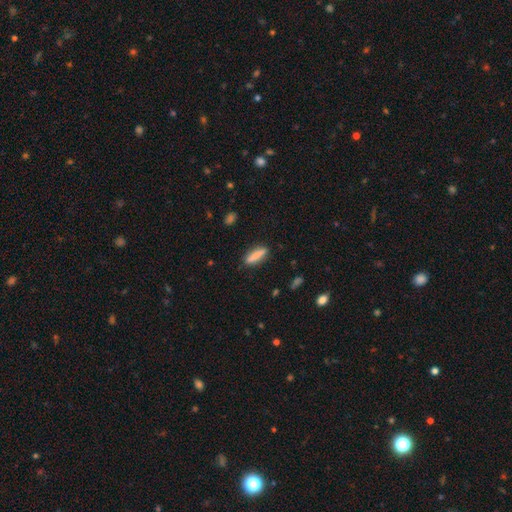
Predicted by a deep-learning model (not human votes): The model was most divided on "how rounded": cigar-shaped: 68%, in between: 30%, round: 2%. More confident: merging — none (86%); smooth or featured — smooth (77%).